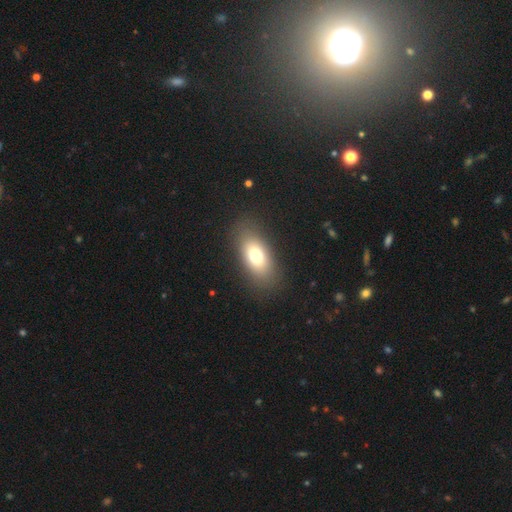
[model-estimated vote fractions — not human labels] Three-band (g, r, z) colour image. It shows a smooth galaxy with no disk features (74%) that is in between round and cigar-shaped (88%). Merging: none (85%).